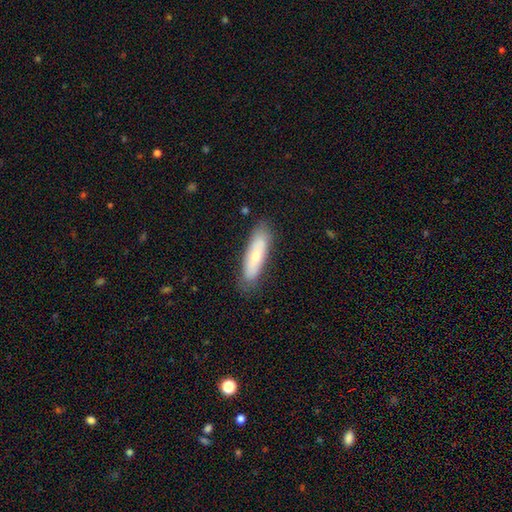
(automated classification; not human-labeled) This is possibly a smooth galaxy (58%). How rounded: possibly cigar-shaped (53%). Merging: clearly none (81%).